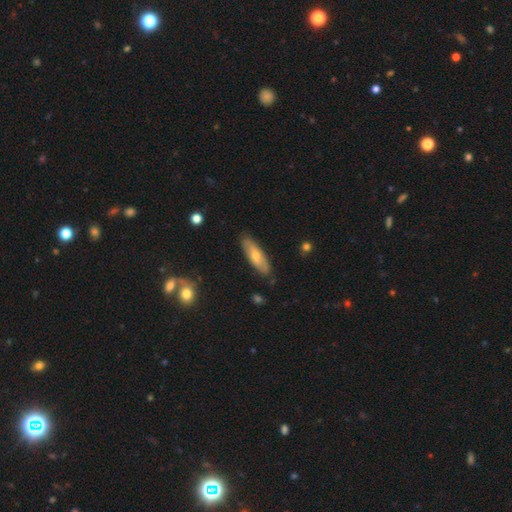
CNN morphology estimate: Q: Smooth or featured?
A: smooth (51%); runner-up: featured or disk (42%)
Q: How rounded?
A: cigar-shaped (53%); runner-up: in between (45%)
Q: Merging?
A: none (83%); runner-up: minor disturbance (13%)